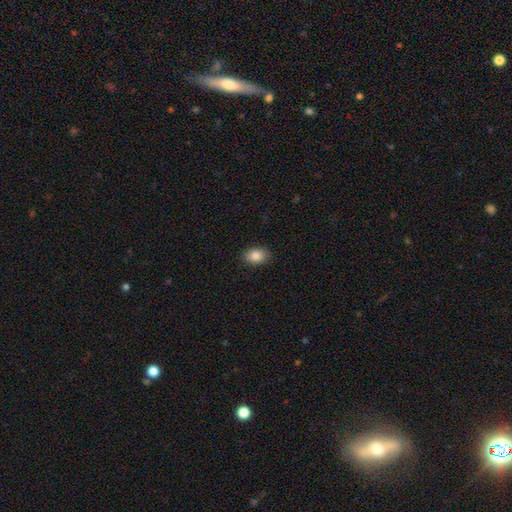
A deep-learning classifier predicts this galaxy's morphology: This appears to be a smooth galaxy with no disk features (86%) that is in between round and cigar-shaped (82%). Merging: none (89%).